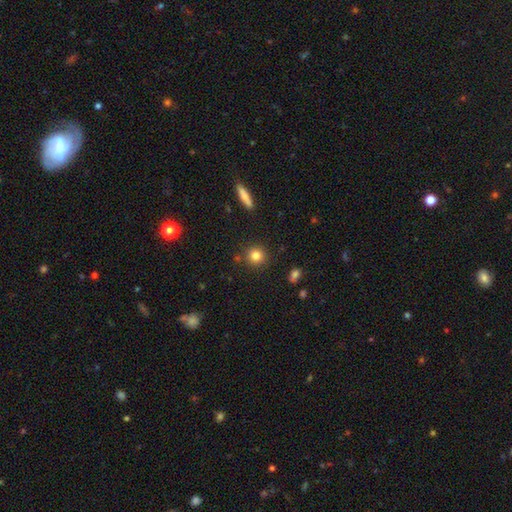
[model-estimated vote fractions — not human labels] The model was most divided on "smooth or featured": smooth: 82%, star or artifact: 11%, featured or disk: 7%. More confident: how rounded — round (91%); merging — none (87%).